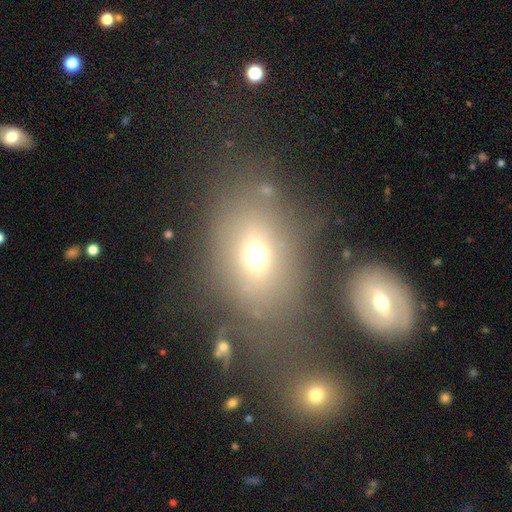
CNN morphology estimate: smooth_or_featured: smooth (p=0.65) [alt: featured or disk p=0.19]
how_rounded: in between (p=0.70) [alt: round p=0.28]
merging: none (p=0.57) [alt: merger p=0.17]